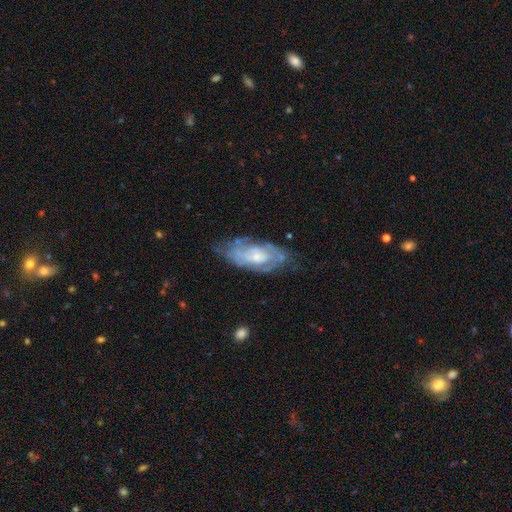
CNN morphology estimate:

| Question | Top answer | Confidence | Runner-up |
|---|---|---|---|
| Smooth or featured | featured or disk | 72% | smooth (21%) |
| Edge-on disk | no | 90% | yes (10%) |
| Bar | no | 68% | weak (27%) |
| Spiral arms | yes | 78% | no (22%) |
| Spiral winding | tight | 57% | medium (33%) |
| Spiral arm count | can't tell | 52% | 2 (29%) |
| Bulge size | small | 45% | moderate (38%) |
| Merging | none | 63% | minor disturbance (25%) |